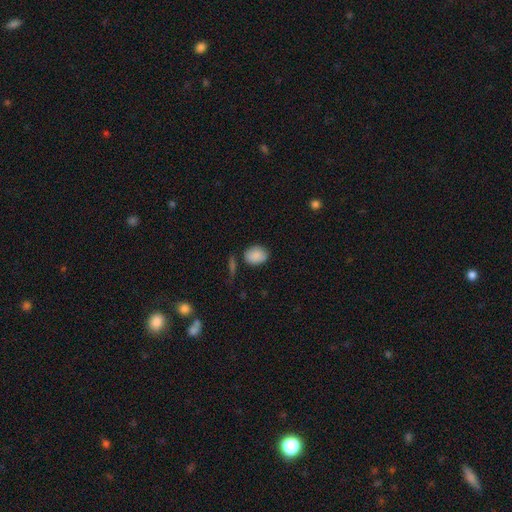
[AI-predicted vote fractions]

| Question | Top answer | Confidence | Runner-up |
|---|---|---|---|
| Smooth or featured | smooth | 87% | star or artifact (8%) |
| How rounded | in between | 60% | round (39%) |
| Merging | none | 73% | minor disturbance (17%) |